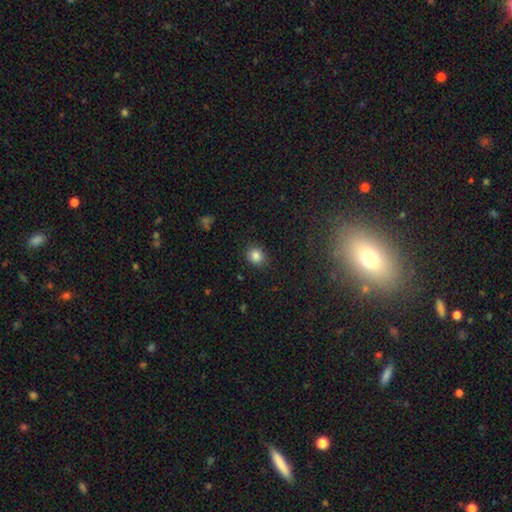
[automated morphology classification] smooth 84%, star or artifact 11%, featured or disk 5%. Down the decision tree: how rounded — round (81%); merging — none (87%).